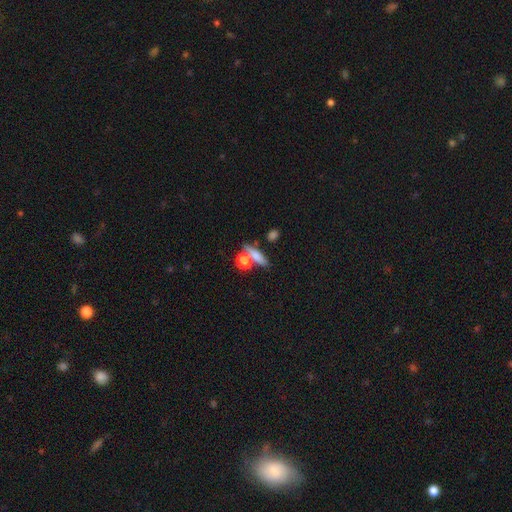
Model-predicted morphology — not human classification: smooth_or_featured: smooth (p=0.71) [alt: featured or disk p=0.17]
how_rounded: cigar-shaped (p=0.41) [alt: in between p=0.36]
merging: none (p=0.58) [alt: merger p=0.24]